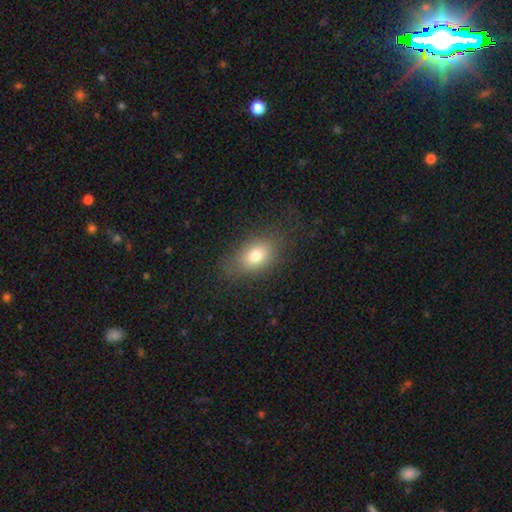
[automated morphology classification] smooth 77%, featured or disk 12%, star or artifact 11%. Down the decision tree: how rounded — in between (80%); merging — none (75%).